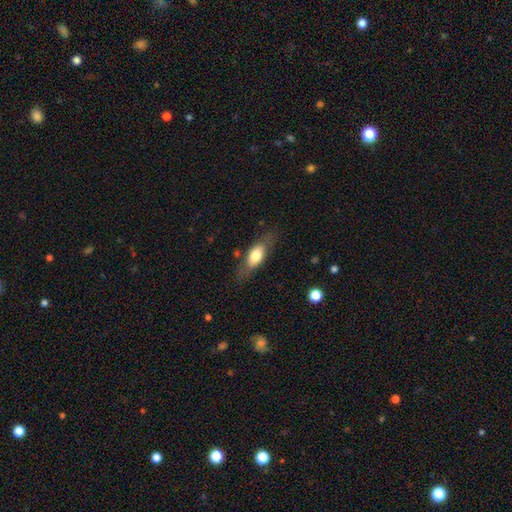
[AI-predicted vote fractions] Overall: smooth (65%; featured or disk 29%). How rounded: in between (73%). Merging: none (73%).